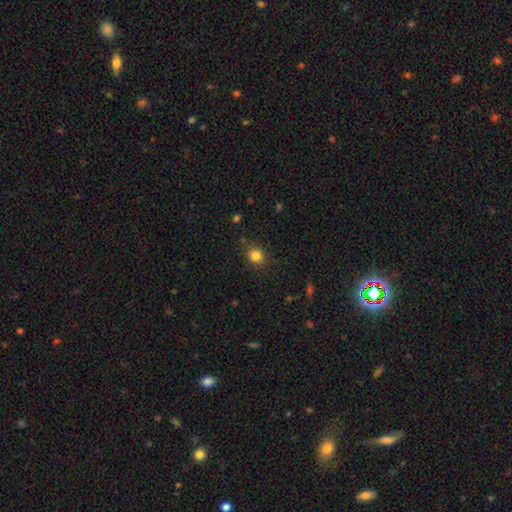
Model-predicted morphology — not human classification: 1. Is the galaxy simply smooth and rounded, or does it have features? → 83% smooth, 12% star or artifact, 5% featured or disk.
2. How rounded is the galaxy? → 72% round, 27% in between, 1% cigar-shaped.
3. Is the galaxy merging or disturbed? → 81% none, 13% minor disturbance, 4% major disturbance, 2% merger.